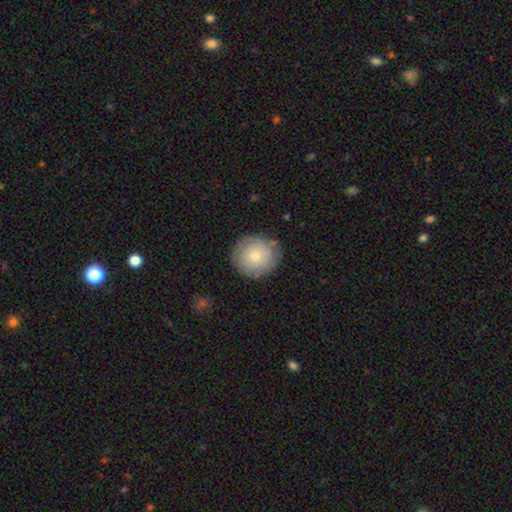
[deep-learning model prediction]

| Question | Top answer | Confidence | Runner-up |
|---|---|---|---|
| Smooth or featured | smooth | 73% | featured or disk (20%) |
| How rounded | round | 91% | in between (8%) |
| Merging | none | 80% | minor disturbance (15%) |